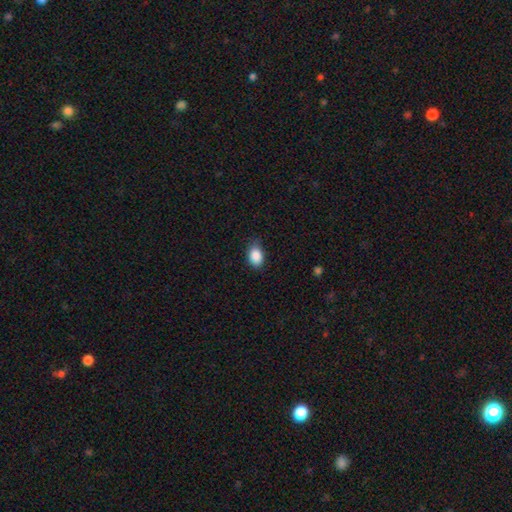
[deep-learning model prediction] A smooth galaxy with no disk features (88%) that is in between round and cigar-shaped (81%).

Vote fractions:
- Smooth or featured? smooth: 88% / star or artifact: 8% / featured or disk: 4%
- How rounded? in between: 81% / round: 17% / cigar-shaped: 1%
- Merging? none: 76% / minor disturbance: 20% / major disturbance: 3% / merger: 1%